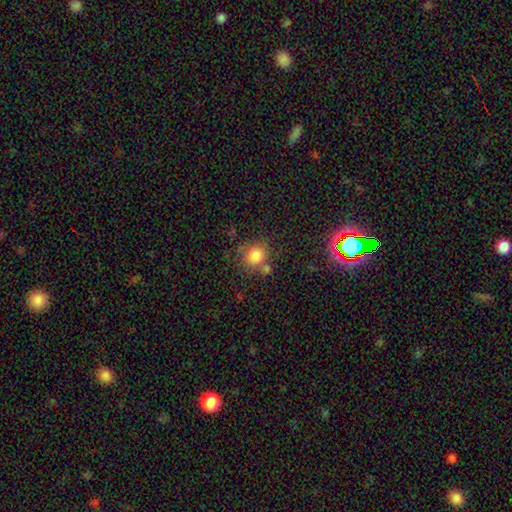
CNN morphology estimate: This is clearly a smooth galaxy (82%). How rounded: clearly round (82%). Merging: likely none (64%).